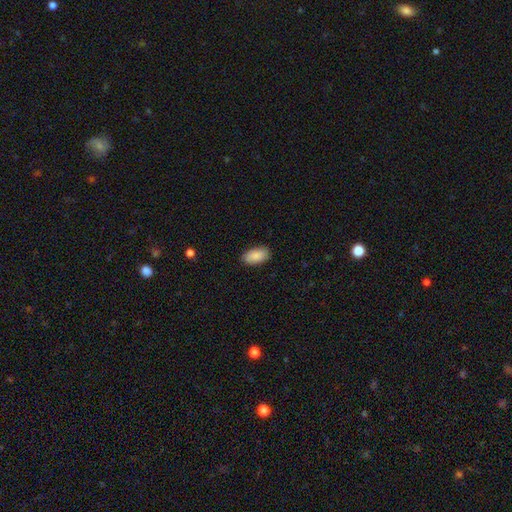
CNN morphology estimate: The model was most divided on "merging": none: 87%, minor disturbance: 10%, major disturbance: 2%, merger: 1%. More confident: how rounded — in between (94%); smooth or featured — smooth (89%).